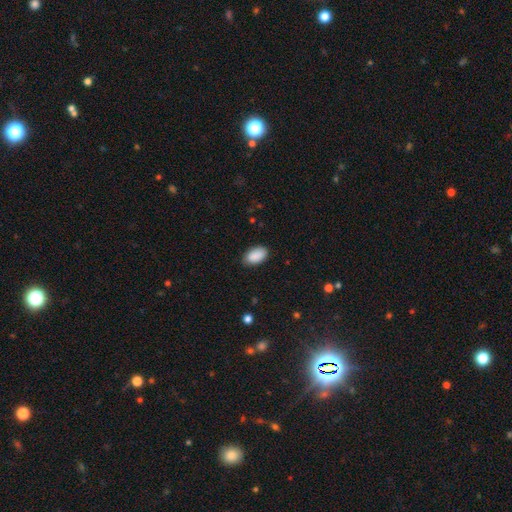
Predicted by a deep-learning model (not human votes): Smooth or featured? Predicted: smooth (p=0.90). How rounded? Predicted: in between (p=0.94). Merging? Predicted: none (p=0.83).